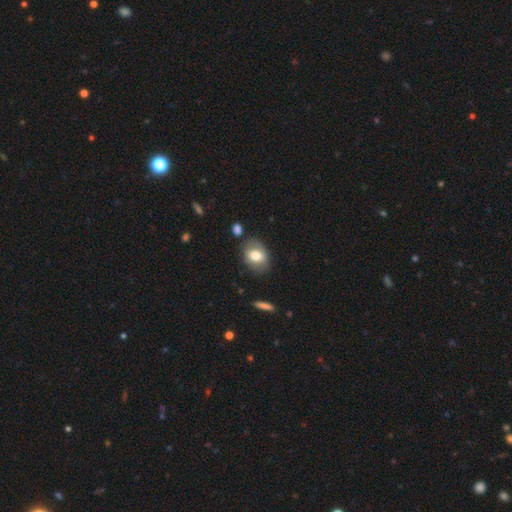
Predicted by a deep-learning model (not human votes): smooth-or-featured: smooth: 69% | featured or disk: 23% | star or artifact: 7%
  how-rounded: in between: 70% | round: 28% | cigar-shaped: 1%
  merging: none: 73% | minor disturbance: 17% | major disturbance: 5% | merger: 4%